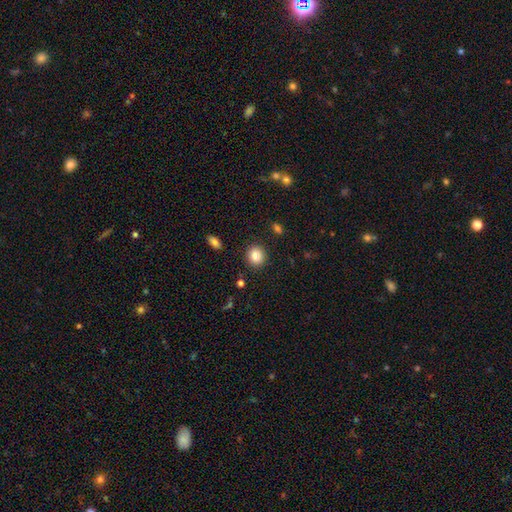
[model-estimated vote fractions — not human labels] Smooth or featured: smooth — 84% (star or artifact — 10%)
How rounded: round — 83% (in between — 16%)
Merging: none — 90% (minor disturbance — 6%)